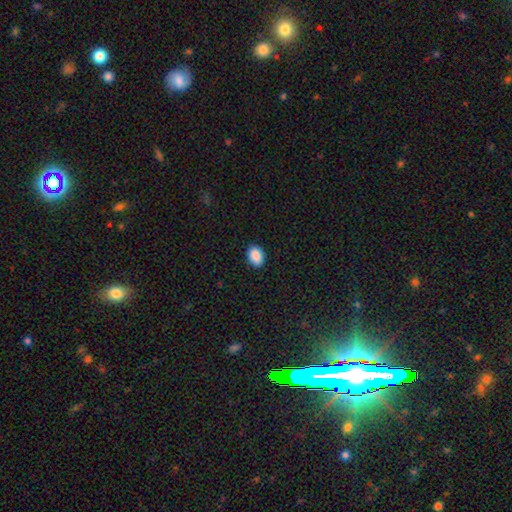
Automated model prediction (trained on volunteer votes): Smooth or featured? Predicted: smooth (p=0.90). How rounded? Predicted: in between (p=0.80). Merging? Predicted: none (p=0.90).